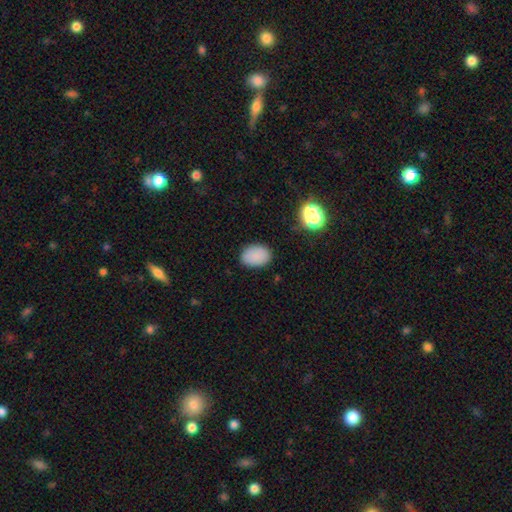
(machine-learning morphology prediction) Smooth or featured? Predicted: smooth (p=0.86). How rounded? Predicted: in between (p=0.81). Merging? Predicted: none (p=0.86).